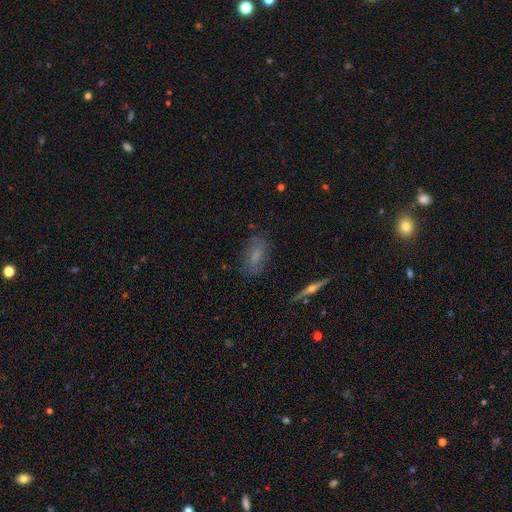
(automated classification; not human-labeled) smooth-or-featured: smooth: 54% | featured or disk: 33% | star or artifact: 13%
  how-rounded: in between: 80% | cigar-shaped: 13% | round: 7%
  merging: none: 75% | minor disturbance: 18% | major disturbance: 5% | merger: 2%